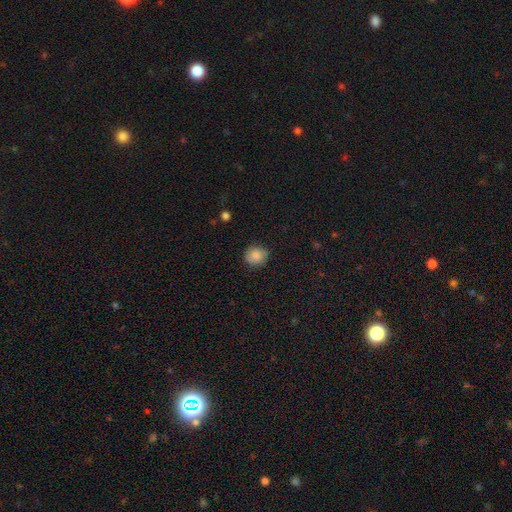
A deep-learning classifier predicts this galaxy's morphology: smooth-or-featured: smooth: 85% | star or artifact: 9% | featured or disk: 6%
  how-rounded: round: 86% | in between: 13% | cigar-shaped: 1%
  merging: none: 84% | minor disturbance: 12% | major disturbance: 3% | merger: 1%